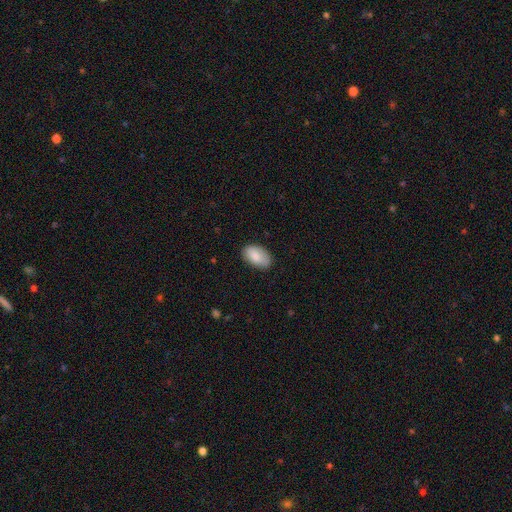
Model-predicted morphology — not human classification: Smooth or featured?
  - smooth: 86% *
  - featured or disk: 8%
  - star or artifact: 6%
How rounded?
  - in between: 94% *
  - round: 5%
  - cigar-shaped: 2%
Merging?
  - none: 78% *
  - minor disturbance: 17%
  - major disturbance: 3%
  - merger: 1%